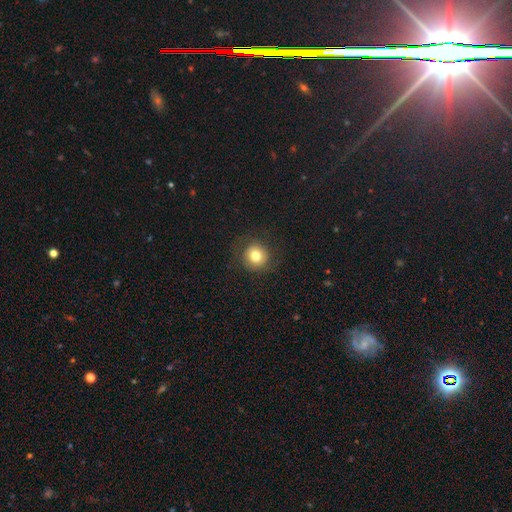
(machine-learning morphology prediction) A smooth galaxy with no disk features (78%) that is round (93%).

Vote fractions:
- Smooth or featured? smooth: 78% / star or artifact: 12% / featured or disk: 10%
- How rounded? round: 93% / in between: 6% / cigar-shaped: 1%
- Merging? none: 87% / minor disturbance: 8% / major disturbance: 4% / merger: 1%